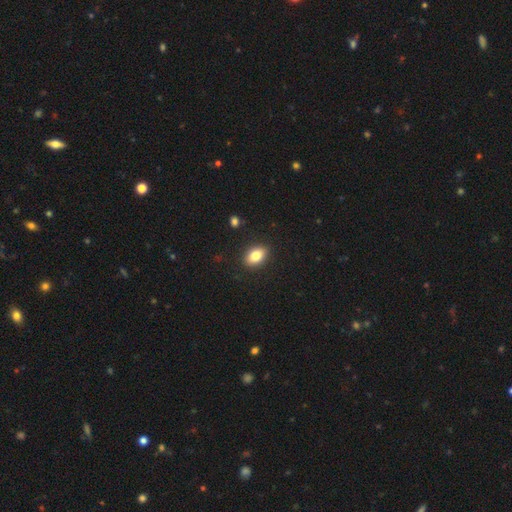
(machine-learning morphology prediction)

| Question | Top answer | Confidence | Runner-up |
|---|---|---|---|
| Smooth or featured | smooth | 81% | featured or disk (10%) |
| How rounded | in between | 83% | round (15%) |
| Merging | none | 89% | minor disturbance (8%) |